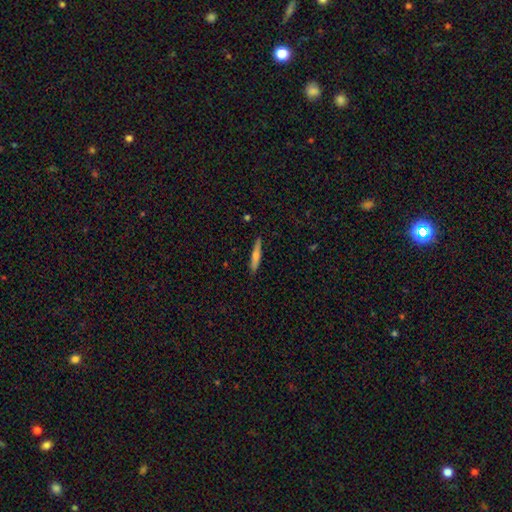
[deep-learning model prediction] This is possibly a smooth galaxy (53%). How rounded: clearly cigar-shaped (90%). Merging: clearly none (89%).